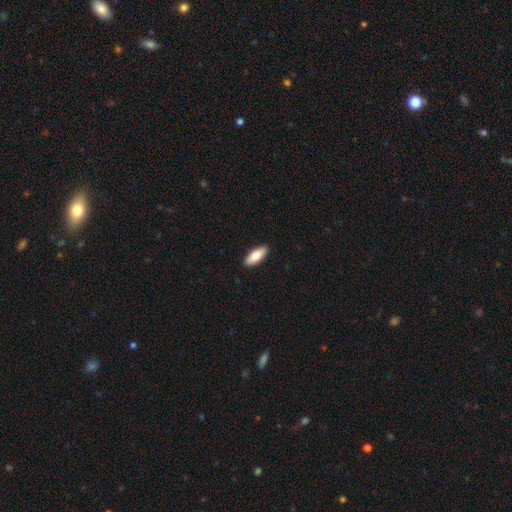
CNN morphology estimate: Smooth or featured? Predicted: smooth (p=0.78). How rounded? Predicted: in between (p=0.77). Merging? Predicted: none (p=0.90).